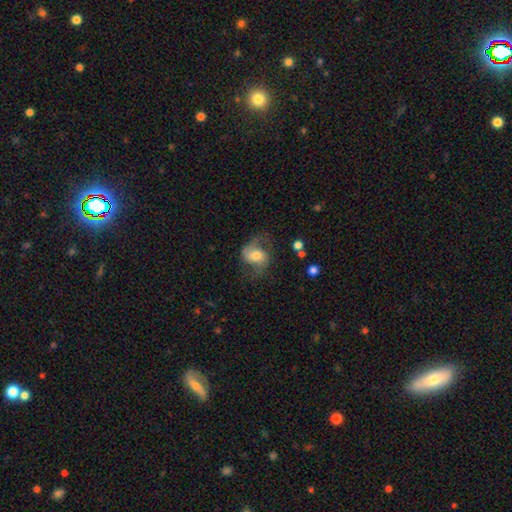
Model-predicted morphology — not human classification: type=featured or disk (62%); edge-on=no (96%); bar=no (50%); spiral arms=yes (88%); winding=loose (45%); arm count=2 (84%); bulge=moderate (61%); merging=none (62%).